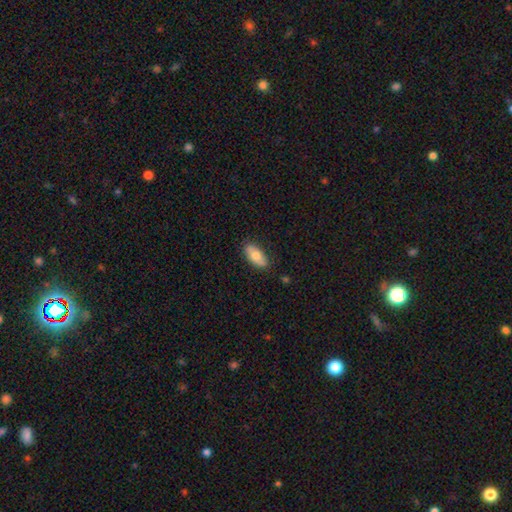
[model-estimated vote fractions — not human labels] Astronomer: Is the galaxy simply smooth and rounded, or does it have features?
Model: smooth — 73%.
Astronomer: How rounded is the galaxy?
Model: in between — 89%.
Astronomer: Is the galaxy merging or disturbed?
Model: none — 84%.